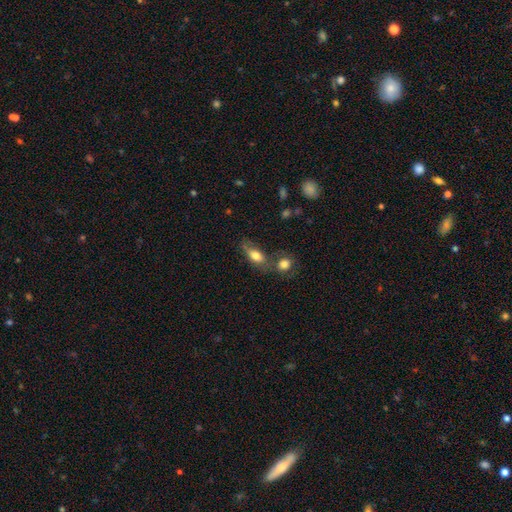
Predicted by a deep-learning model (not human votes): This is likely a smooth galaxy (76%). How rounded: clearly in between (82%). Merging: possibly none (46%).